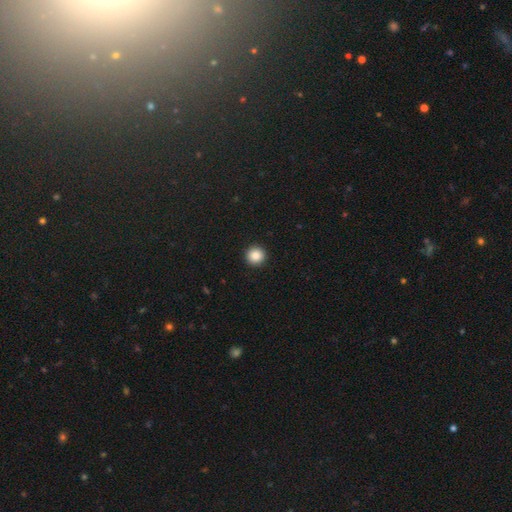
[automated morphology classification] This appears to be a smooth galaxy with no disk features (87%) that is round (96%). Merging: none (94%).